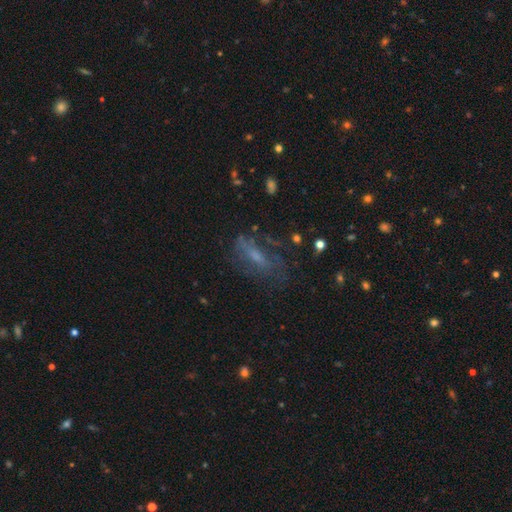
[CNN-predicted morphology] smooth_or_featured: featured or disk (p=0.47) [alt: smooth p=0.37]
merging: none (p=0.58) [alt: minor disturbance p=0.21]